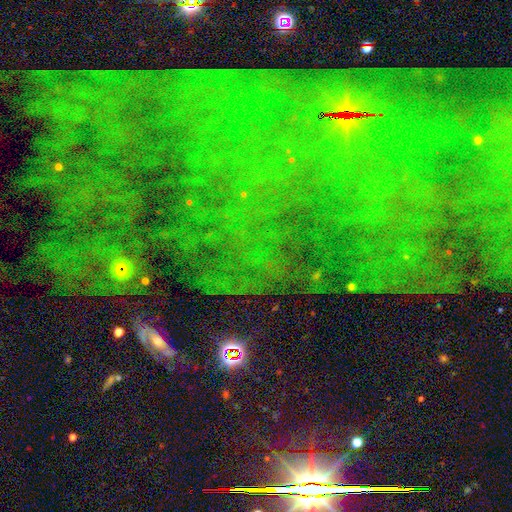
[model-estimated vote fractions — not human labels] Q: Smooth or featured?
A: star or artifact (78%); runner-up: featured or disk (12%)